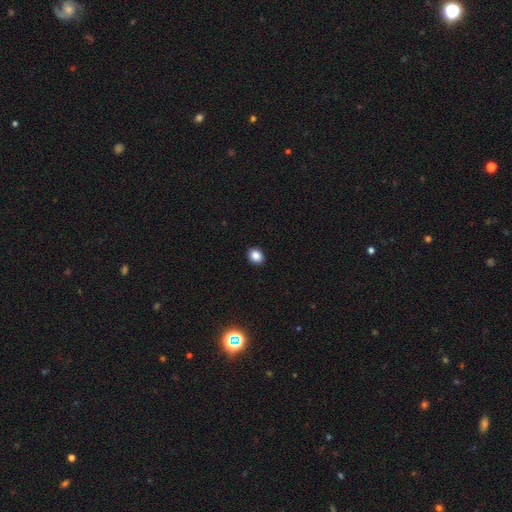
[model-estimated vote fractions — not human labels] A smooth galaxy with no disk features (86%) that is round (56%).

Vote fractions:
- Smooth or featured? smooth: 86% / star or artifact: 10% / featured or disk: 4%
- How rounded? round: 56% / in between: 43% / cigar-shaped: 1%
- Merging? none: 92% / minor disturbance: 5% / major disturbance: 2% / merger: 1%